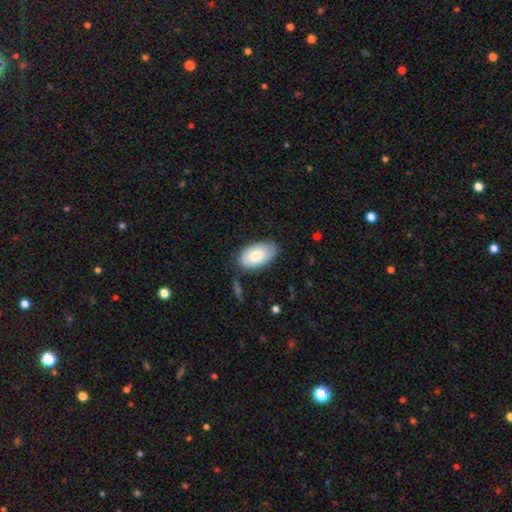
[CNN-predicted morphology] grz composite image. It shows a smooth galaxy with no disk features (75%) that is in between round and cigar-shaped (95%). Merging: none (75%).